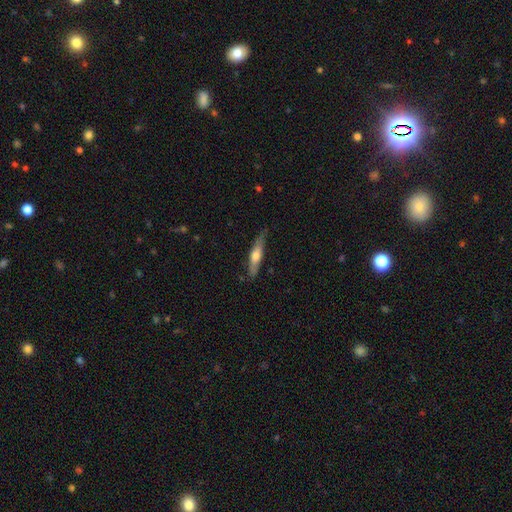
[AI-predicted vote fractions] Morphology: type=smooth (50%); merging=none (77%).